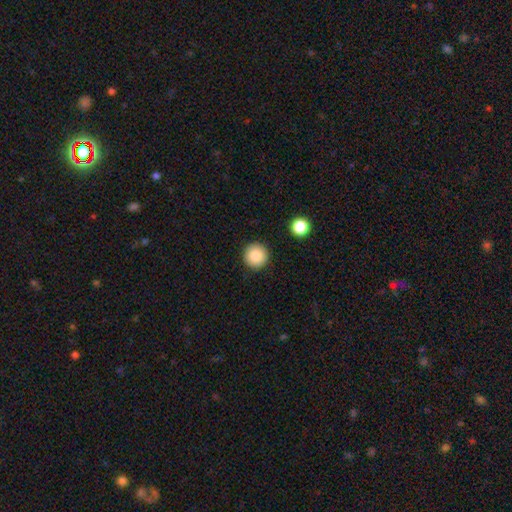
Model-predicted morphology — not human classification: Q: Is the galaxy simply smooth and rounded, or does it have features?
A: smooth — 86%.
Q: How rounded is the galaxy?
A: round — 96%.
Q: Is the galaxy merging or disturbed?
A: none — 91%.